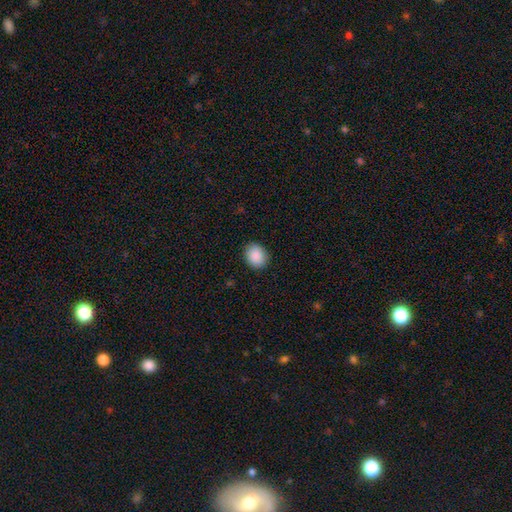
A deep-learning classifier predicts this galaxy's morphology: Smooth or featured? Predicted: smooth (p=0.90). How rounded? Predicted: round (p=0.50, tied with in between). Merging? Predicted: none (p=0.89).